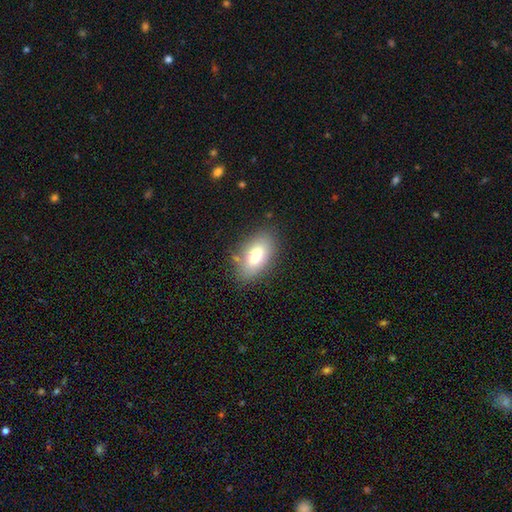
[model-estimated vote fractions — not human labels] This appears to be a smooth galaxy with no disk features (74%) that is in between round and cigar-shaped (91%). Merging: none (81%).